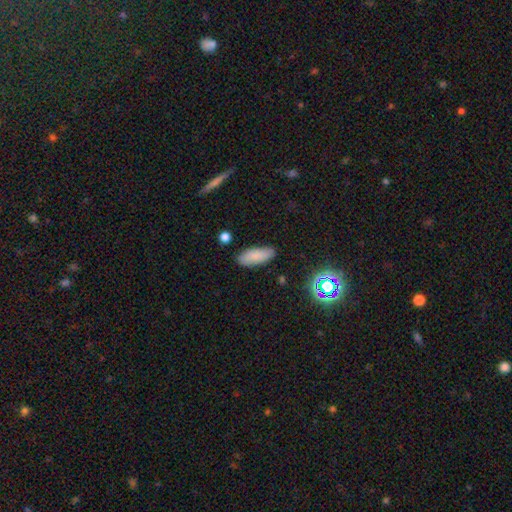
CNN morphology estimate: type=smooth (83%); roundness=in between (78%); merging=none (85%).